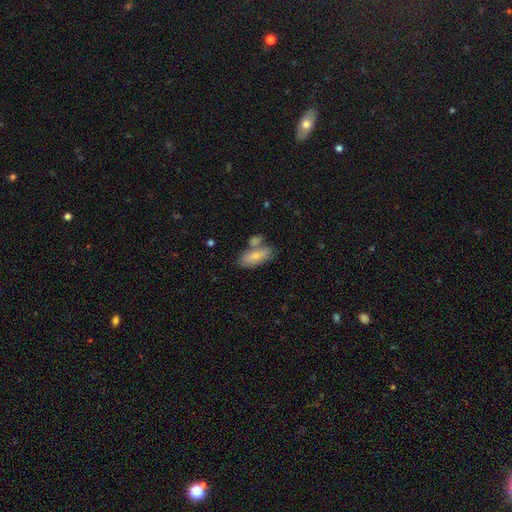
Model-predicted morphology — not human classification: Smooth or featured?
  - smooth: 75% *
  - featured or disk: 19%
  - star or artifact: 6%
How rounded?
  - in between: 81% *
  - cigar-shaped: 16%
  - round: 4%
Merging?
  - none: 55% *
  - merger: 27%
  - minor disturbance: 14%
  - major disturbance: 4%